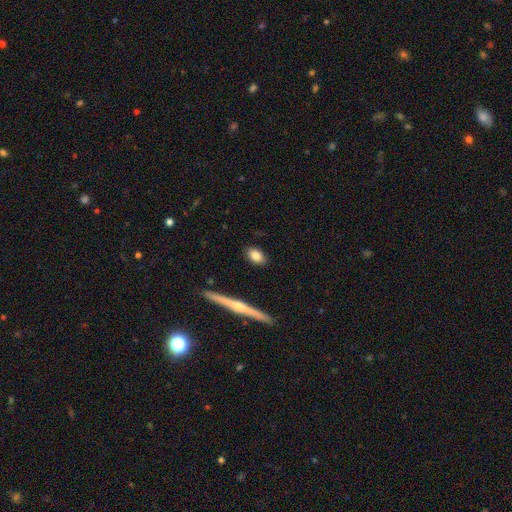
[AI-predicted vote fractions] smooth_or_featured: smooth (p=0.81) [alt: featured or disk p=0.13]
how_rounded: in between (p=0.77) [alt: round p=0.17]
merging: none (p=0.87) [alt: minor disturbance p=0.09]